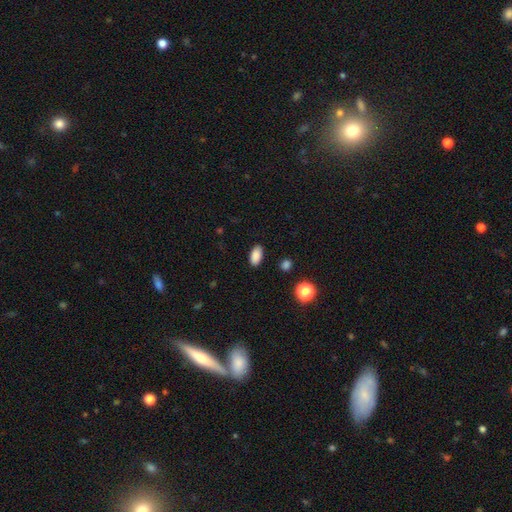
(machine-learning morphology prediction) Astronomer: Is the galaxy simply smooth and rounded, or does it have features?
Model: smooth — 87%.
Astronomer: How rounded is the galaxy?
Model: in between — 92%.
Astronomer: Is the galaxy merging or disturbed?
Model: none — 88%.